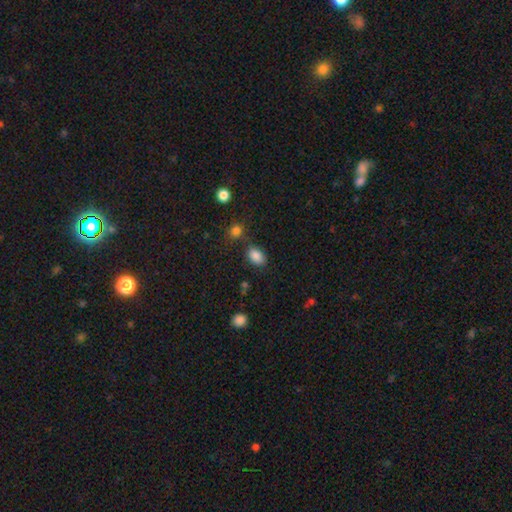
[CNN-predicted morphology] smooth 86%, star or artifact 10%, featured or disk 5%. Down the decision tree: how rounded — in between (83%); merging — none (72%).